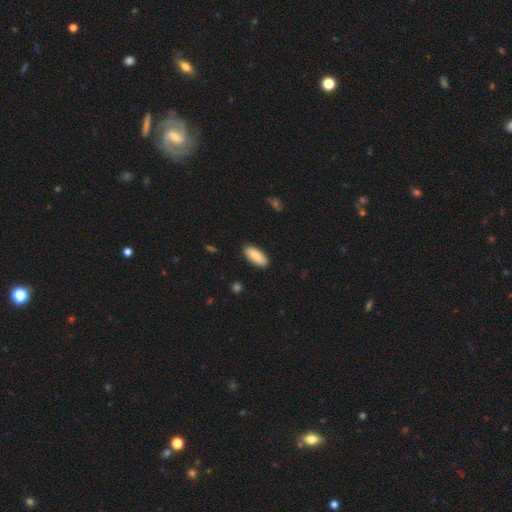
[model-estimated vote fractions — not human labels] Smooth or featured: smooth — 86% (featured or disk — 8%)
How rounded: in between — 82% (cigar-shaped — 17%)
Merging: none — 89% (minor disturbance — 8%)